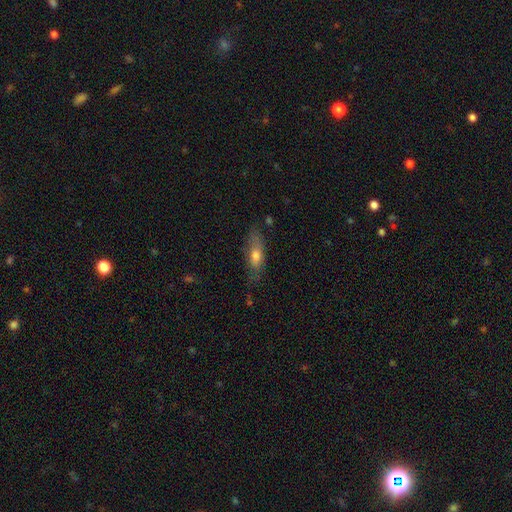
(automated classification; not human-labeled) Morphology: type=smooth (66%); roundness=in between (61%); merging=none (68%).